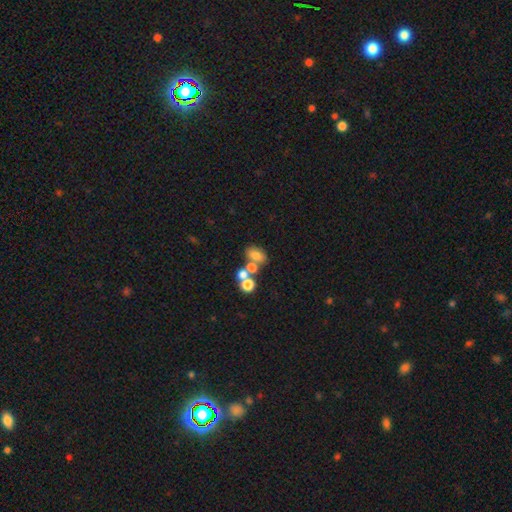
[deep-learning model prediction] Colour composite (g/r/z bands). It shows a smooth galaxy with no disk features (69%) that is in between round and cigar-shaped (75%). Merging: none (44%).